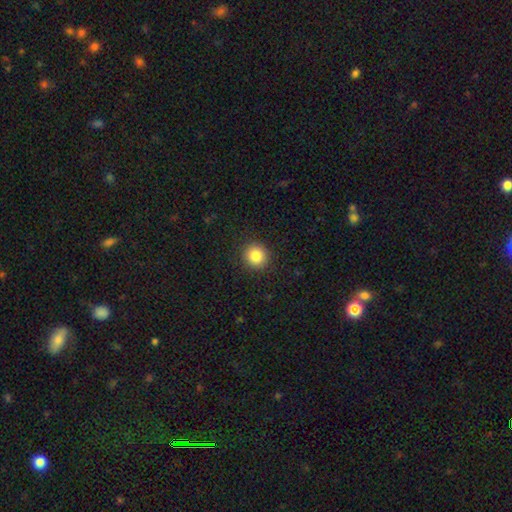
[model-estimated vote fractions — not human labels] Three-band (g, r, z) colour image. It shows a smooth galaxy with no disk features (85%) that is round (91%). Merging: none (91%).